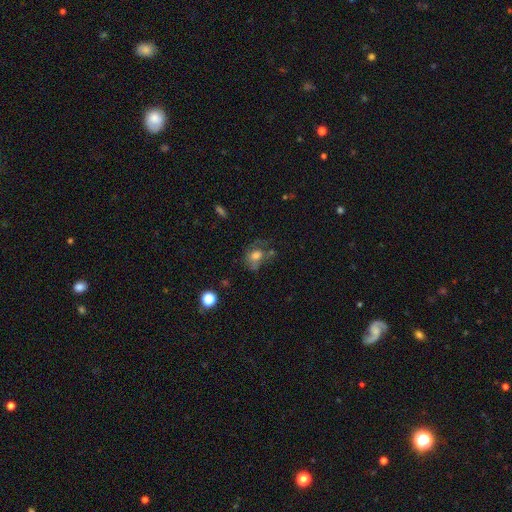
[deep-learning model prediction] This appears to be a smooth galaxy with no disk features (57%) that is in between round and cigar-shaped (53%). Merging: none (39%).